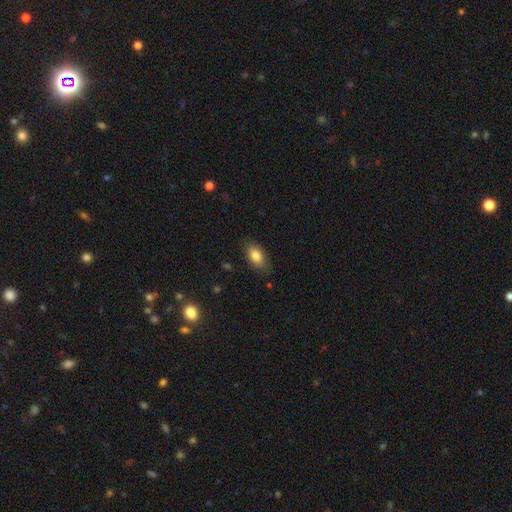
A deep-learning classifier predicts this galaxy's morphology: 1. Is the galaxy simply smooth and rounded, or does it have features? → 82% smooth, 11% featured or disk, 8% star or artifact.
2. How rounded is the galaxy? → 90% in between, 5% round, 5% cigar-shaped.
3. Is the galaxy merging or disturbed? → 81% none, 14% minor disturbance, 3% major disturbance, 1% merger.